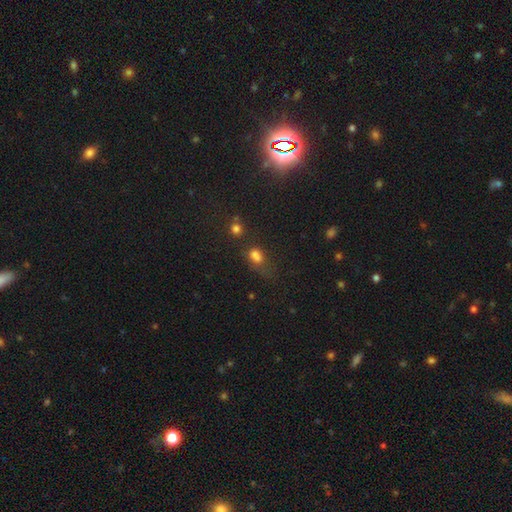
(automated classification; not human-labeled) This is likely a smooth galaxy (71%). How rounded: likely in between (66%). Merging: marginally none (35%).